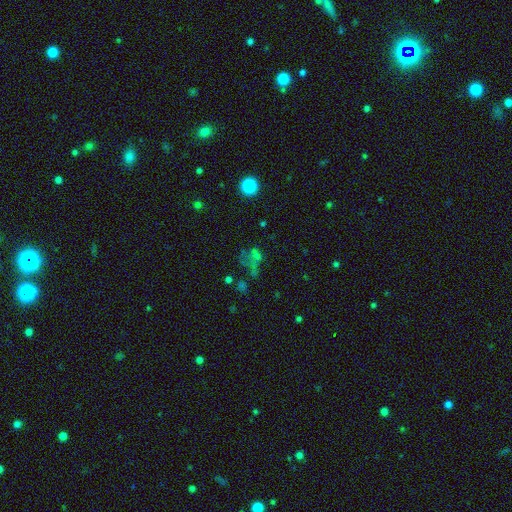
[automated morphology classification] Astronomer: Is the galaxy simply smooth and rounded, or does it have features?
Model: star or artifact — 38% (runner-up: smooth, 35%).